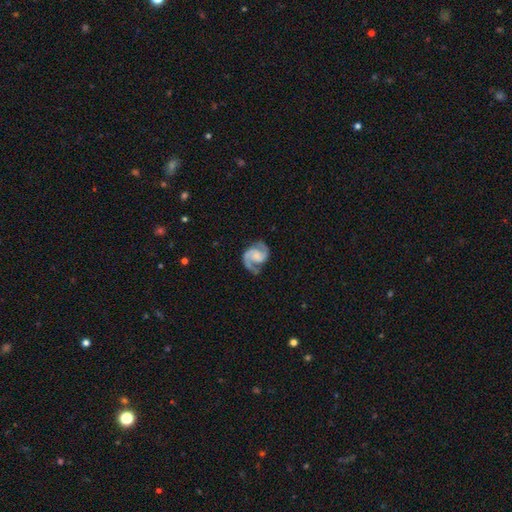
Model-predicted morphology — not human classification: Smooth or featured? Predicted: featured or disk (p=0.90). Edge-on disk? Predicted: no (p=0.98). Bar? Predicted: no (p=0.53). Spiral arms? Predicted: yes (p=0.98). Spiral winding? Predicted: medium (p=0.58). Spiral arm count? Predicted: 2 (p=0.93). Bulge size? Predicted: small (p=0.38). Merging? Predicted: none (p=0.76).